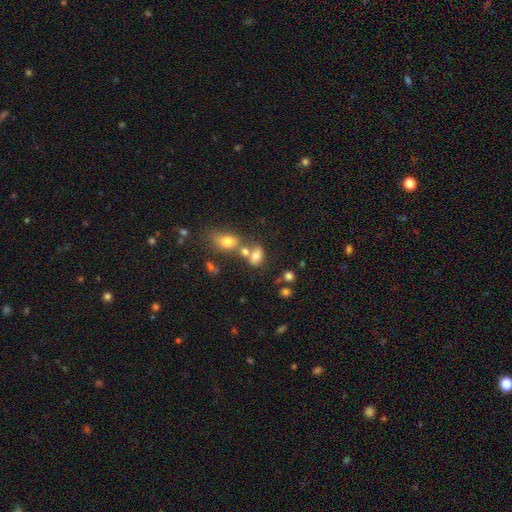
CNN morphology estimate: This is likely a smooth galaxy (73%). How rounded: clearly in between (80%). Merging: marginally merger (41%).